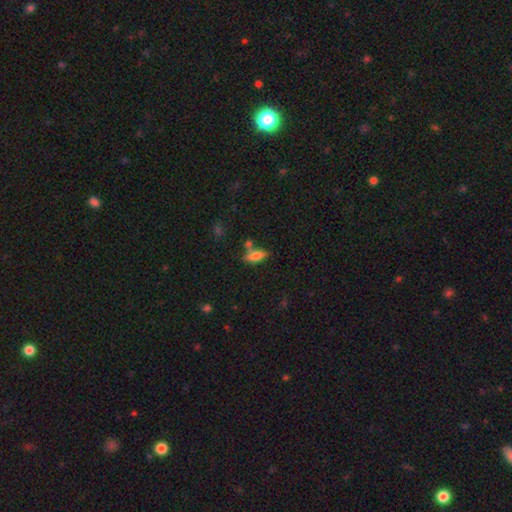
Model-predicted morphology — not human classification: This is likely a smooth galaxy (76%). How rounded: likely in between (74%). Merging: possibly none (57%).